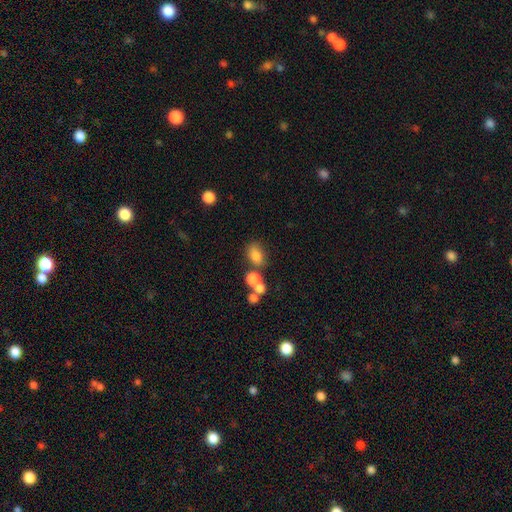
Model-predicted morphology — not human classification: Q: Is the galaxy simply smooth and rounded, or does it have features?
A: smooth — 78%.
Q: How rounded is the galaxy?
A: in between — 71%.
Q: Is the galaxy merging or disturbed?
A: none — 53%.